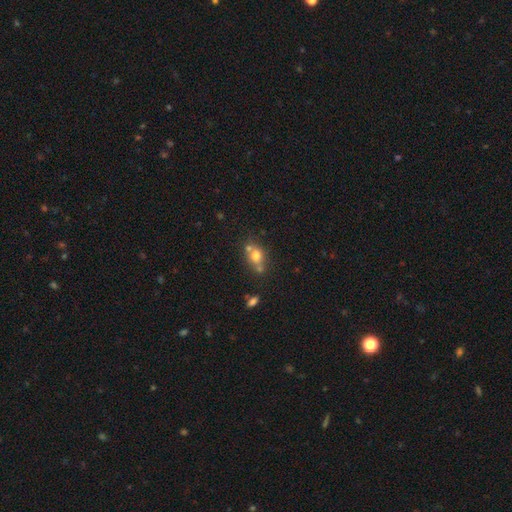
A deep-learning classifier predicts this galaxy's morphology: A smooth galaxy with no disk features (67%) that is round (56%). Merging: none (49%).